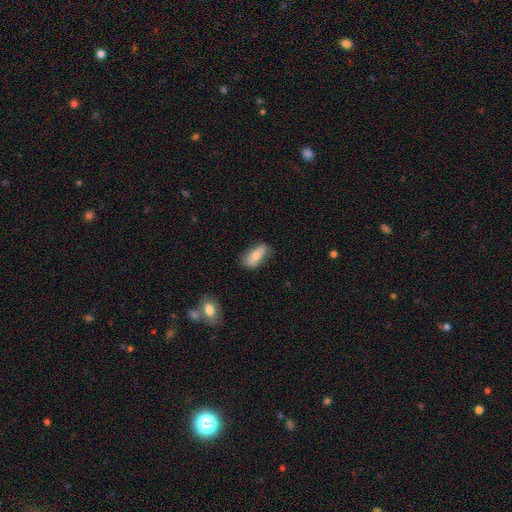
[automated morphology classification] This is likely a smooth galaxy (72%). How rounded: clearly in between (82%). Merging: likely none (69%).